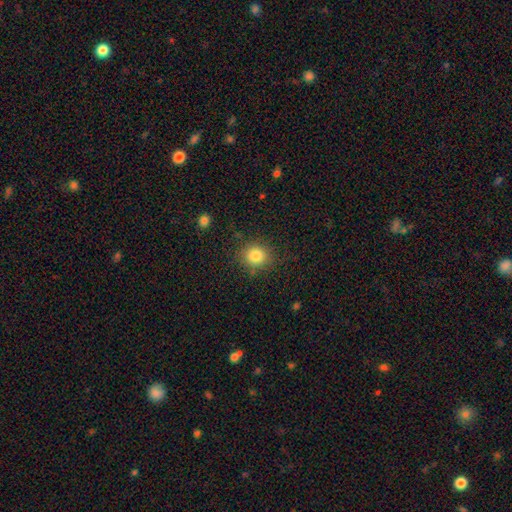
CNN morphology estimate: Smooth or featured?
  - smooth: 84% *
  - star or artifact: 11%
  - featured or disk: 6%
How rounded?
  - round: 77% *
  - in between: 22%
  - cigar-shaped: 1%
Merging?
  - none: 84% *
  - minor disturbance: 11%
  - major disturbance: 4%
  - merger: 2%